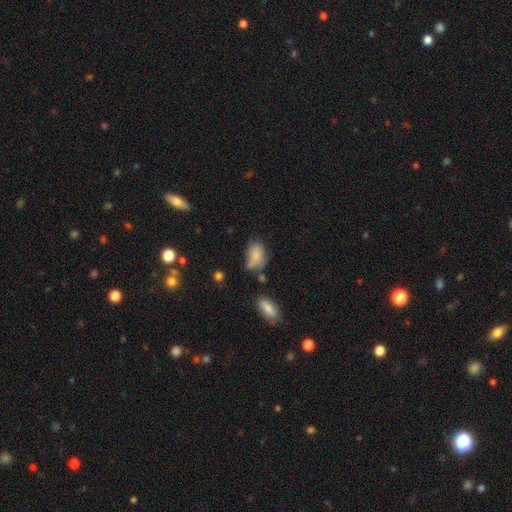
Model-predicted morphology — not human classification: Q: Smooth or featured?
A: smooth (79%); runner-up: featured or disk (11%)
Q: How rounded?
A: in between (84%); runner-up: round (14%)
Q: Merging?
A: none (38%); runner-up: minor disturbance (36%)